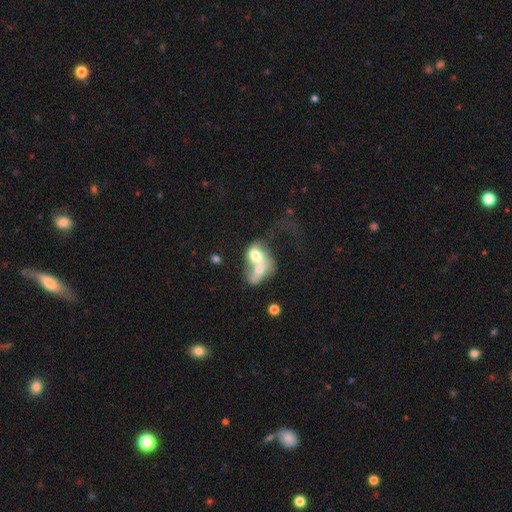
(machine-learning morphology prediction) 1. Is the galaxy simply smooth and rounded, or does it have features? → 55% smooth, 36% featured or disk, 8% star or artifact.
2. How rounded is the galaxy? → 68% in between, 30% round, 2% cigar-shaped.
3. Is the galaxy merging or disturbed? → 78% merger, 12% major disturbance, 6% none, 4% minor disturbance.